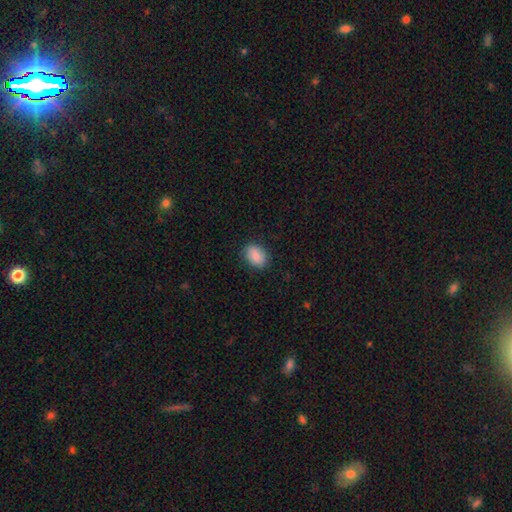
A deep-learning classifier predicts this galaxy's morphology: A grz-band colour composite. It shows a smooth galaxy with no disk features (88%) that is in between round and cigar-shaped (80%). Merging: none (86%).